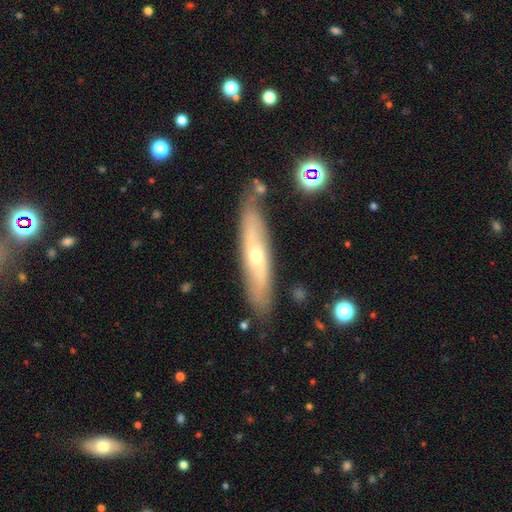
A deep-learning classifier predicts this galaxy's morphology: Smooth or featured? Predicted: featured or disk (p=0.60). Edge-on disk? Predicted: yes (p=0.61). Merging? Predicted: none (p=0.81).